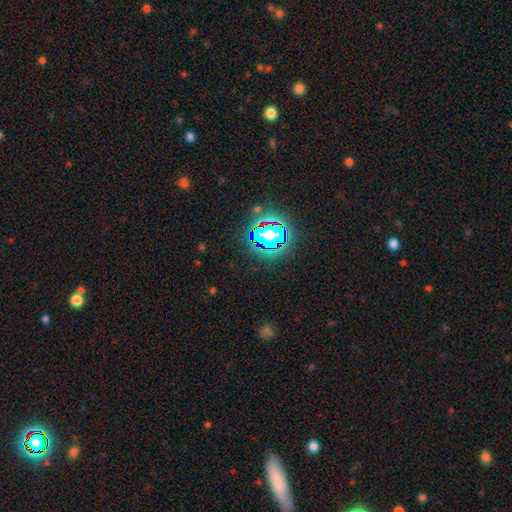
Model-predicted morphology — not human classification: type=star or artifact (80%).